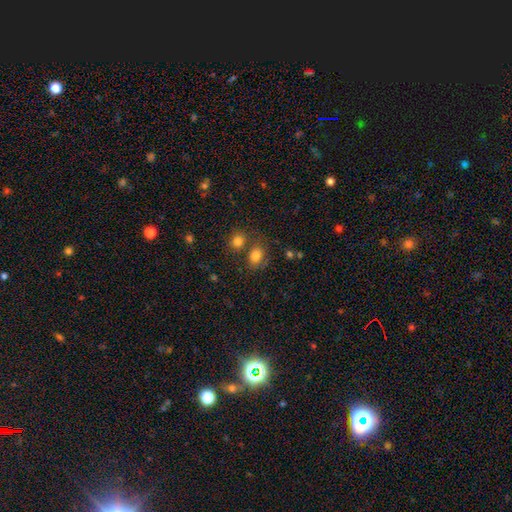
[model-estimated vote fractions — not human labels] Morphology: type=smooth (80%); roundness=in between (59%); merging=none (60%).